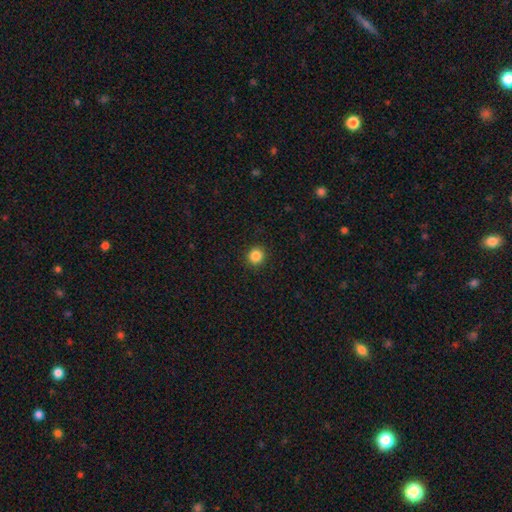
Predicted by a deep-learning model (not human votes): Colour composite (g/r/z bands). It shows a smooth galaxy with no disk features (86%) that is round (92%). Merging: none (93%).